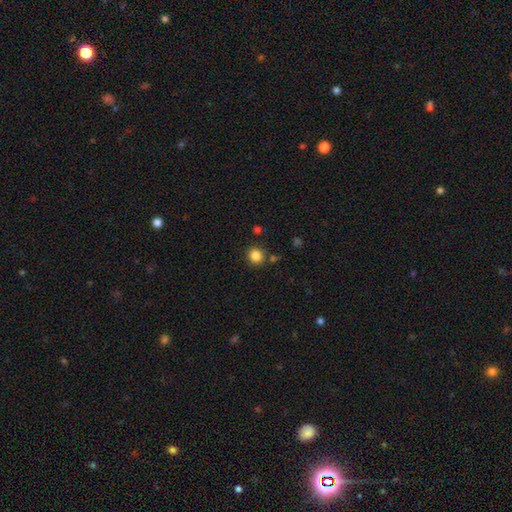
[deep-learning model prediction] This is clearly a smooth galaxy (84%). How rounded: clearly round (90%). Merging: clearly none (85%).